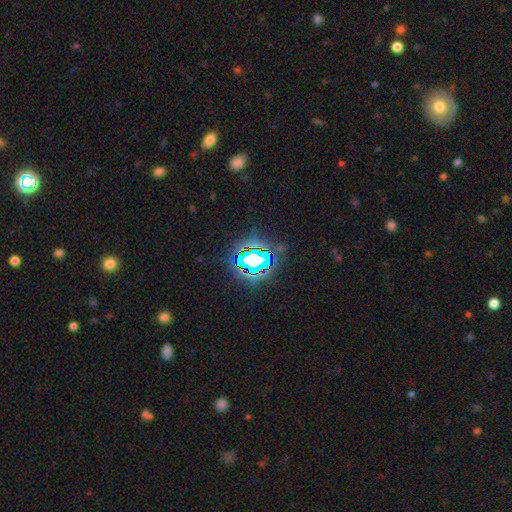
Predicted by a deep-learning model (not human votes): Morphology: type=star or artifact (69%).